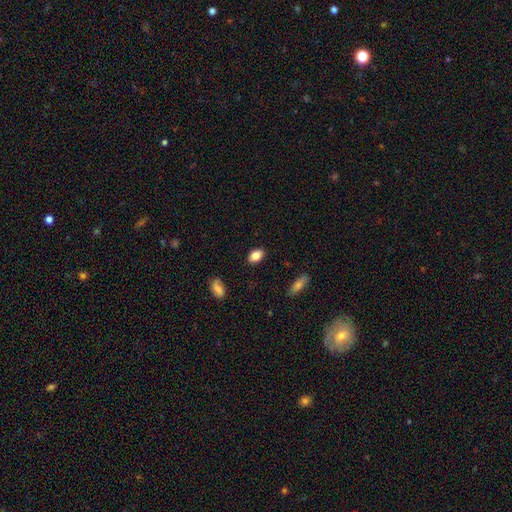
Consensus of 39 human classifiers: Smooth or featured?
  - smooth: 85% *
  - featured or disk: 10%
  - star or artifact: 5%
How rounded?
  - in between: 88% *
  - round: 6%
  - cigar-shaped: 6%
Merging?
  - none: 86% *
  - minor disturbance: 5%
  - merger: 5%
  - major disturbance: 3%